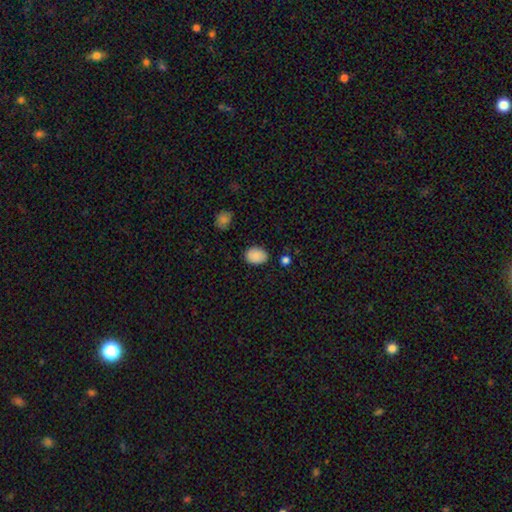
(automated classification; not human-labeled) Smooth or featured?
  - smooth: 88% *
  - star or artifact: 8%
  - featured or disk: 4%
How rounded?
  - in between: 71% *
  - round: 28%
  - cigar-shaped: 1%
Merging?
  - none: 84% *
  - minor disturbance: 12%
  - major disturbance: 2%
  - merger: 2%